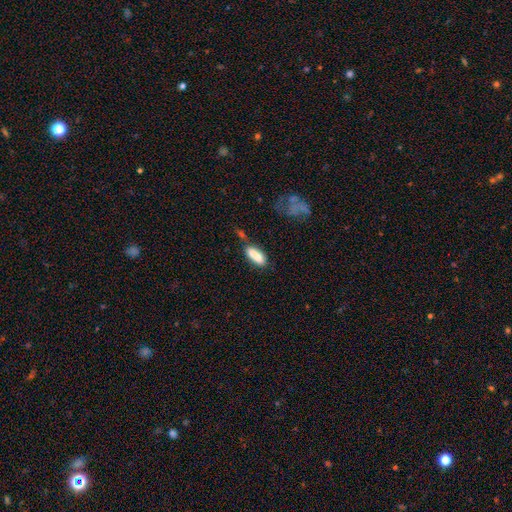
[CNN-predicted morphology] Smooth or featured? smooth (82%)
How rounded? in between (66%)
Merging? none (47%)